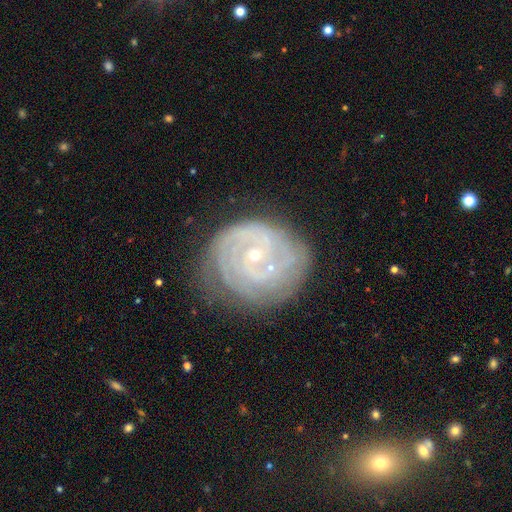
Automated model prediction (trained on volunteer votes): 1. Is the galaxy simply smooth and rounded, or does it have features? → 83% featured or disk, 10% smooth, 7% star or artifact.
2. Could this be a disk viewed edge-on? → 98% no, 2% yes.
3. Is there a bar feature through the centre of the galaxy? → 70% no, 24% weak, 7% strong.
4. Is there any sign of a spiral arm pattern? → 94% yes, 6% no.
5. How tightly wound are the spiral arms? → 77% tight, 18% medium, 4% loose.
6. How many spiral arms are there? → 31% can't tell, 24% 2, 20% 3, 12% 4, 7% more than 4, 6% 1.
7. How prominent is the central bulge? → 84% small, 12% moderate, 2% none, 1% large, 1% dominant.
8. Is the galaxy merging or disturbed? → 66% none, 20% minor disturbance, 8% major disturbance, 6% merger.